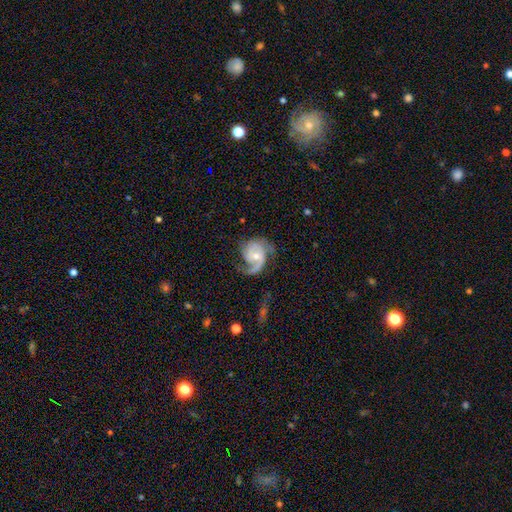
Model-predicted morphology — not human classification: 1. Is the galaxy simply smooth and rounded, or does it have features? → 85% featured or disk, 10% smooth, 5% star or artifact.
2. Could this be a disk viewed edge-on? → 98% no, 2% yes.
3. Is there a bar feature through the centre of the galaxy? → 58% no, 34% weak, 8% strong.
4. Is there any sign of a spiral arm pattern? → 96% yes, 4% no.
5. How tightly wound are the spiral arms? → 48% medium, 26% tight, 25% loose.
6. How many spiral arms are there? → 64% 2, 23% 1, 5% can't tell, 5% 3, 1% 4, 1% more than 4.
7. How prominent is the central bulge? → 51% moderate, 43% small, 2% large, 2% none, 1% dominant.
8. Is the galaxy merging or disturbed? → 54% none, 22% minor disturbance, 22% major disturbance, 2% merger.